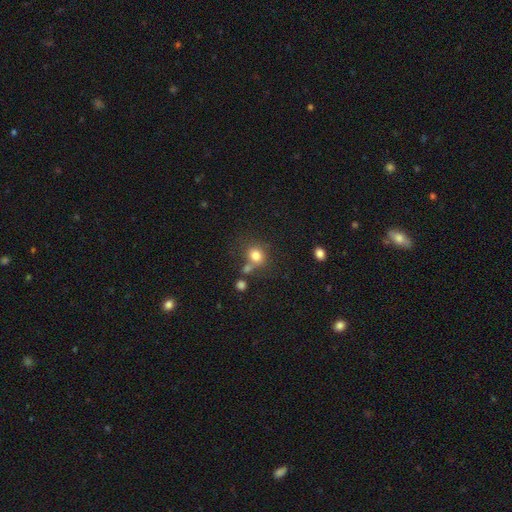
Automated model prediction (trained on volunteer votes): Q: Smooth or featured?
A: smooth (79%); runner-up: star or artifact (13%)
Q: How rounded?
A: round (74%); runner-up: in between (25%)
Q: Merging?
A: none (60%); runner-up: merger (21%)